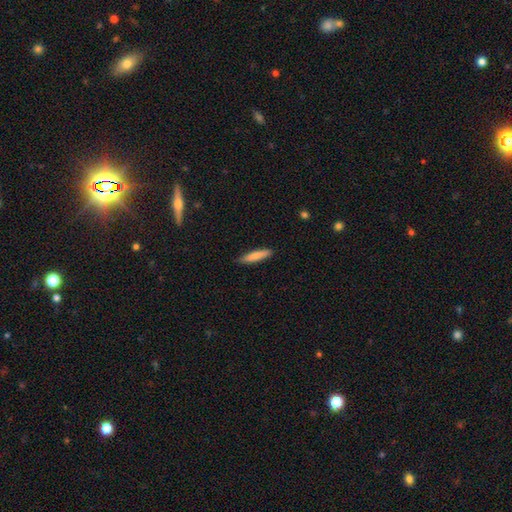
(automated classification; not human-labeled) Morphology: type=smooth (81%); roundness=cigar-shaped (87%); merging=none (86%).